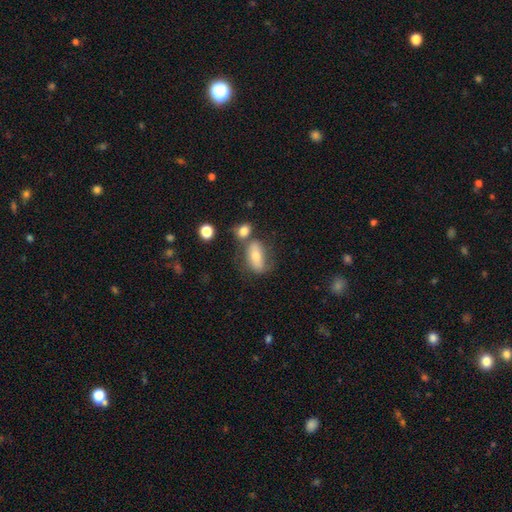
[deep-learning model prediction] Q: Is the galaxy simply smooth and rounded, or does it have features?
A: smooth — 59%.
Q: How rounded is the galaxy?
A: in between — 81%.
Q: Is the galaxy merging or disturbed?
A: none — 53%.